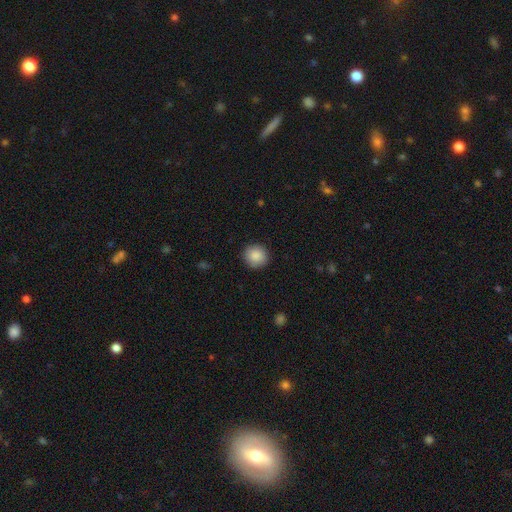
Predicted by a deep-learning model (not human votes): A smooth galaxy with no disk features (88%) that is round (92%). Merging: none (90%).